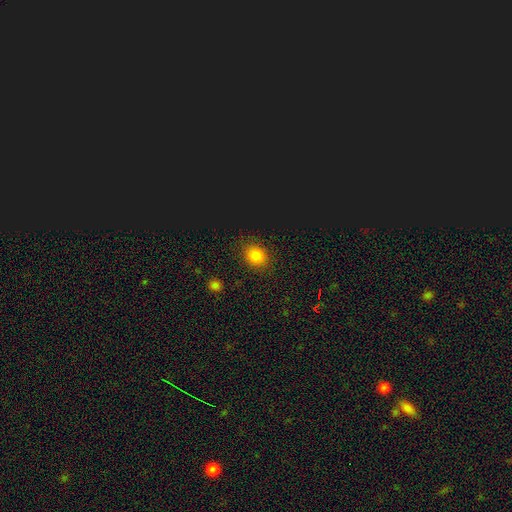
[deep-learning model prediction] Morphology: type=smooth (78%); roundness=round (62%); merging=none (87%).